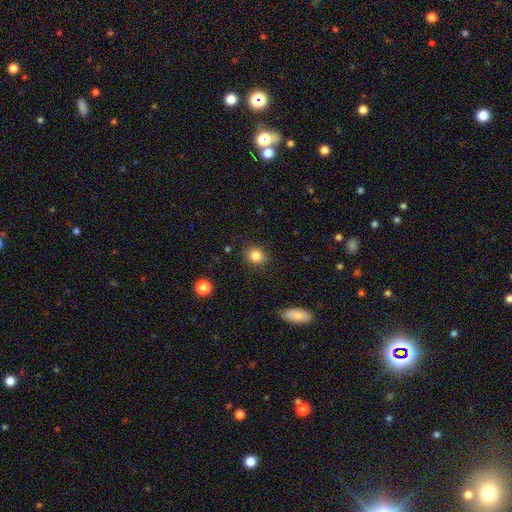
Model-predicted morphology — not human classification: Q: Smooth or featured?
A: smooth (85%); runner-up: star or artifact (10%)
Q: How rounded?
A: round (77%); runner-up: in between (22%)
Q: Merging?
A: none (86%); runner-up: minor disturbance (10%)